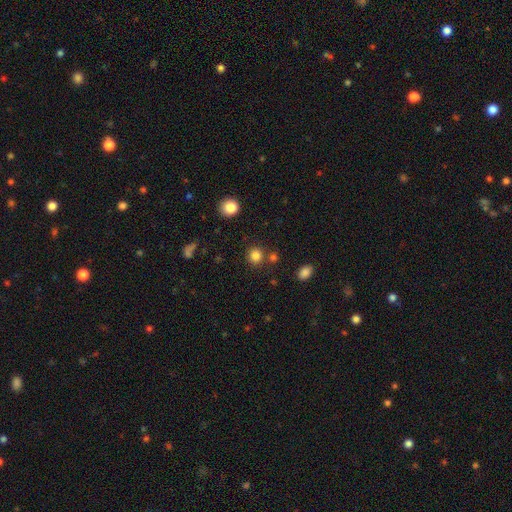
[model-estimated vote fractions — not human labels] This is clearly a smooth galaxy (83%). How rounded: clearly round (90%). Merging: clearly none (82%).